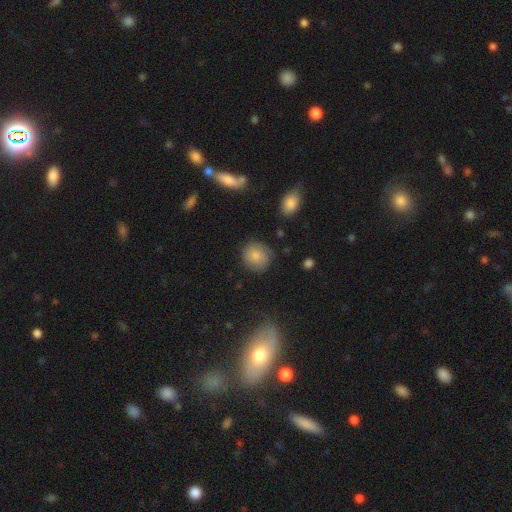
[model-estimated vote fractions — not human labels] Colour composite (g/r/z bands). It shows a smooth galaxy with no disk features (82%) that is round (85%). Merging: none (81%).